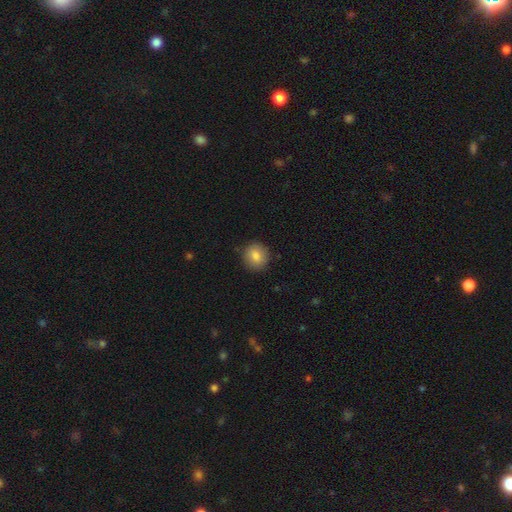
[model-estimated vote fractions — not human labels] This is clearly a smooth galaxy (83%). How rounded: clearly round (86%). Merging: clearly none (88%).